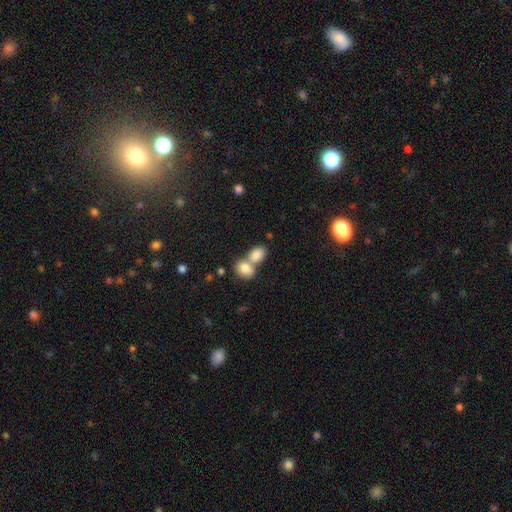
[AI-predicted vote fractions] The model was most divided on "merging": merger: 61%, none: 29%, minor disturbance: 7%, major disturbance: 3%. More confident: smooth or featured — smooth (82%); how rounded — in between (74%).